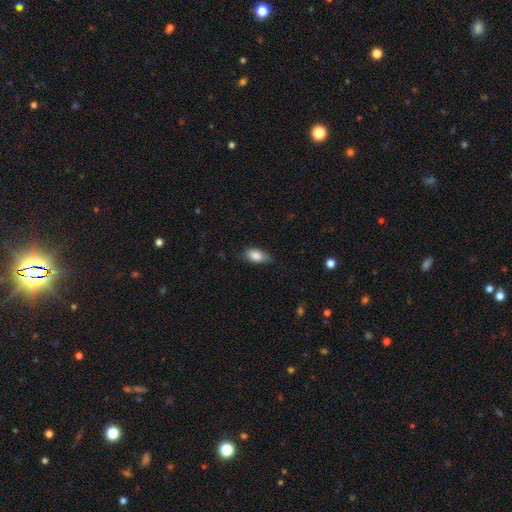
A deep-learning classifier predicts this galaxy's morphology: A smooth galaxy with no disk features (85%) that is in between round and cigar-shaped (90%). Merging: none (65%).